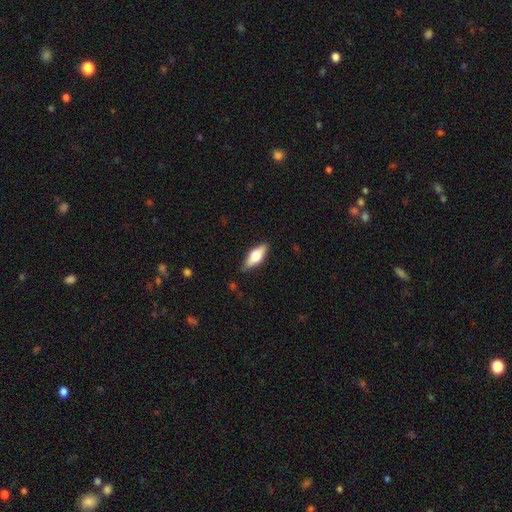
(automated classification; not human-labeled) A smooth galaxy with no disk features (55%) that is in between round and cigar-shaped (70%). Merging: none (84%).